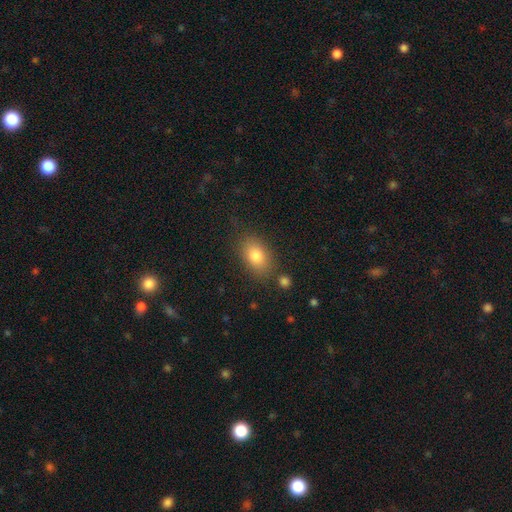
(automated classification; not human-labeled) Morphology: type=smooth (81%); roundness=in between (83%); merging=none (79%).